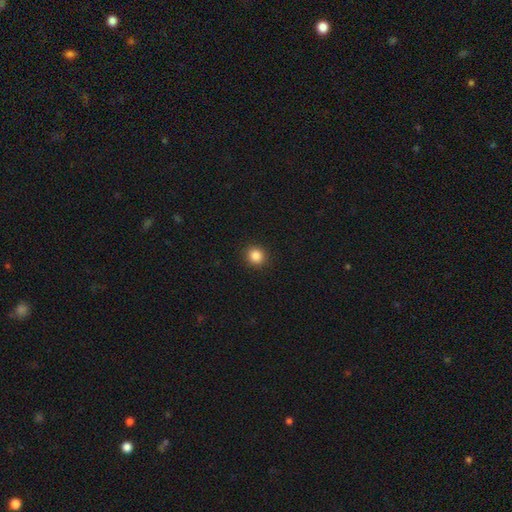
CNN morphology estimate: Q: Smooth or featured?
A: smooth (86%); runner-up: star or artifact (11%)
Q: How rounded?
A: round (91%); runner-up: in between (8%)
Q: Merging?
A: none (92%); runner-up: minor disturbance (5%)